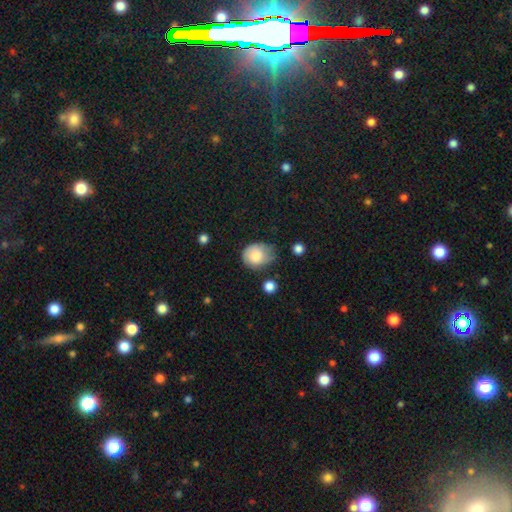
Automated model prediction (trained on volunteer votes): The model was most divided on "merging": none: 45%, minor disturbance: 39%, major disturbance: 13%, merger: 4%. More confident: smooth or featured — smooth (78%); how rounded — round (57%).